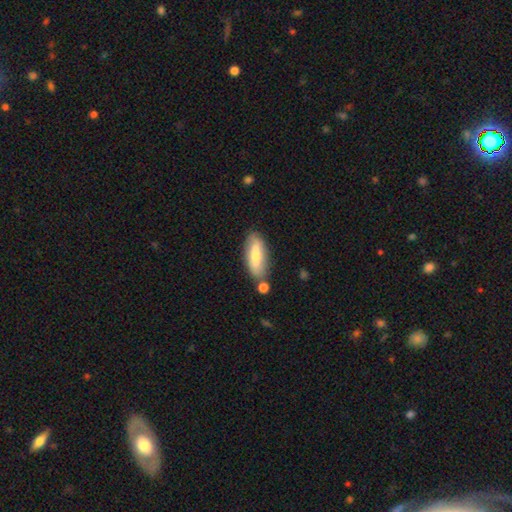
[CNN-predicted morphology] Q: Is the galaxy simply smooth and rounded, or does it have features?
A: smooth — 62%.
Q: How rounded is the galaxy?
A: in between — 64%.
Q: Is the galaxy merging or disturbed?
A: none — 72%.